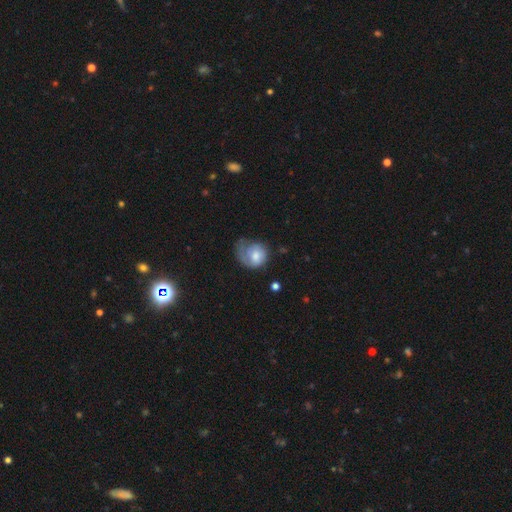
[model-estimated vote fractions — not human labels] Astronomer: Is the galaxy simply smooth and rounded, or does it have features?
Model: smooth — 56% (runner-up: featured or disk, 36%).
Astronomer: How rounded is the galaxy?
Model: round — 64%.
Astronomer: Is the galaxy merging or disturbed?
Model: major disturbance — 37% (runner-up: none, 31%).